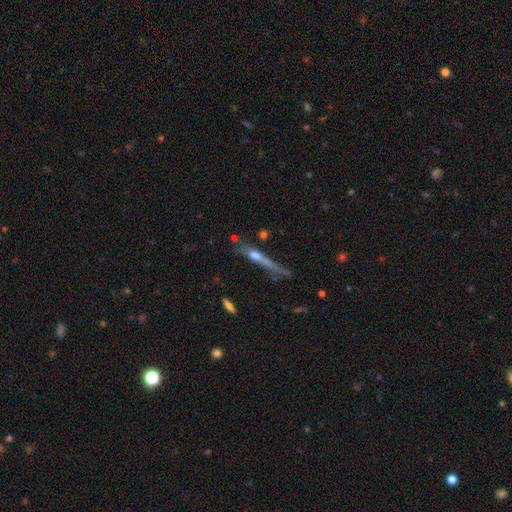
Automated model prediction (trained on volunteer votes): This is possibly a featured or disk galaxy (51%). It is clearly viewed edge-on (85%). Merging: possibly none (47%).